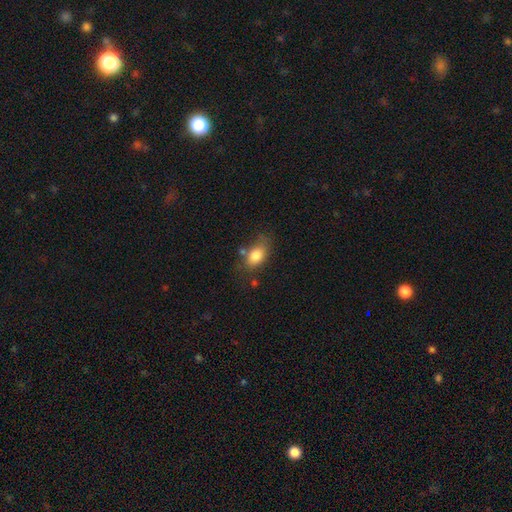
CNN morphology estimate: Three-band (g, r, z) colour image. It shows a smooth galaxy with no disk features (81%) that is in between round and cigar-shaped (84%). Merging: none (60%).